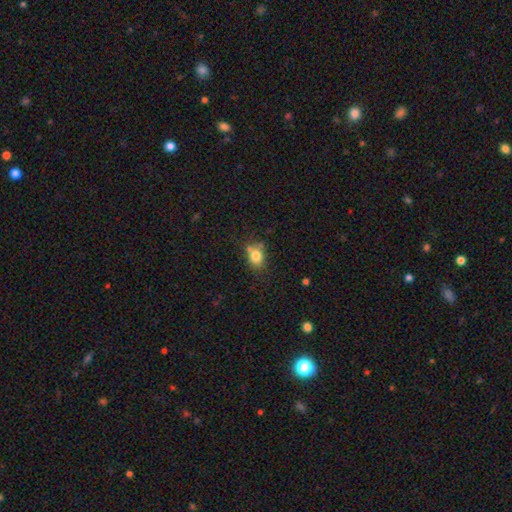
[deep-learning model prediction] The model was most divided on "how rounded": round: 50%, in between: 49%, cigar-shaped: 1%. More confident: smooth or featured — smooth (79%); merging — none (59%).